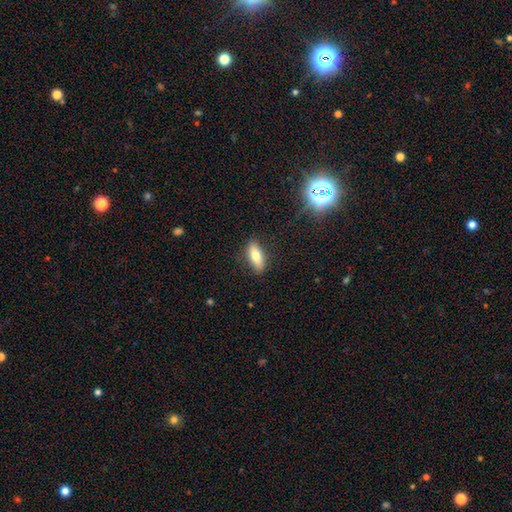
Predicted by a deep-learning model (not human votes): This is likely a smooth galaxy (72%). How rounded: likely in between (69%). Merging: clearly none (86%).